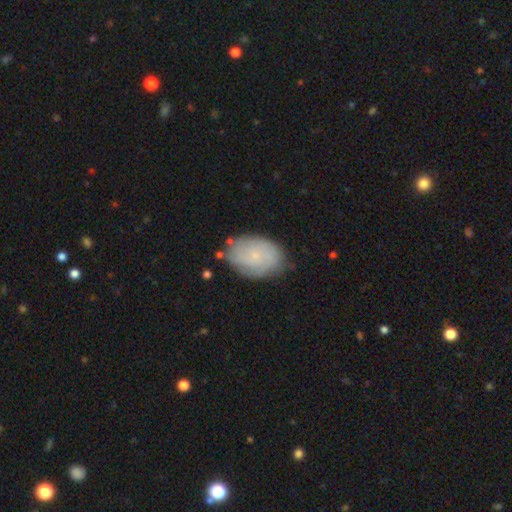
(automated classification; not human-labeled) Smooth or featured: smooth — 52% (featured or disk — 40%)
How rounded: in between — 82% (round — 17%)
Merging: none — 74% (minor disturbance — 19%)